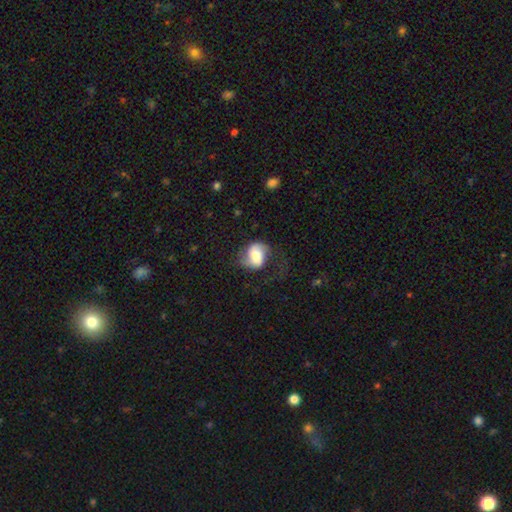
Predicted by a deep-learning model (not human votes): smooth_or_featured: featured or disk (p=0.47) [alt: smooth p=0.45]
merging: none (p=0.44) [alt: major disturbance p=0.30]